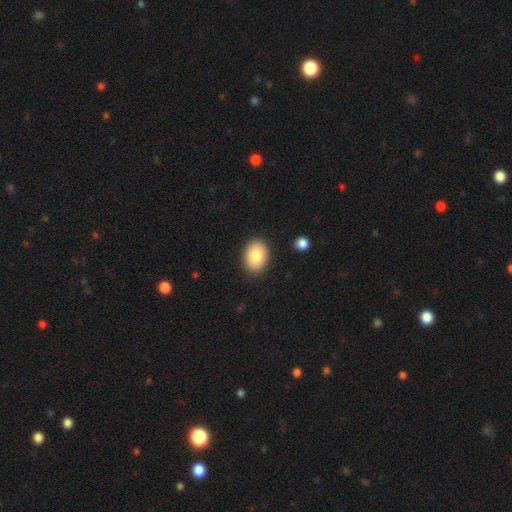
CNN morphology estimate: smooth-or-featured: smooth: 85% | featured or disk: 8% | star or artifact: 7%
  how-rounded: in between: 78% | round: 21% | cigar-shaped: 1%
  merging: none: 88% | minor disturbance: 8% | major disturbance: 2% | merger: 1%